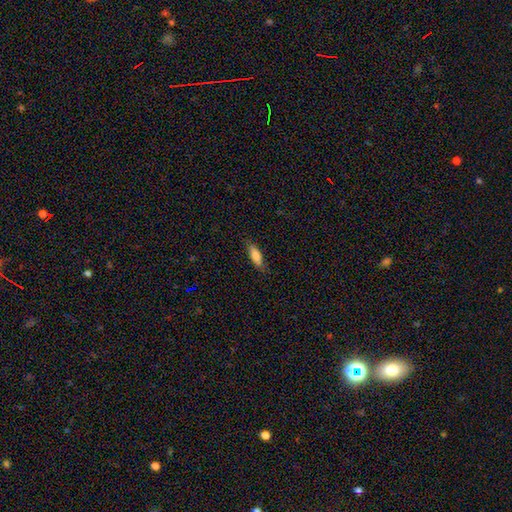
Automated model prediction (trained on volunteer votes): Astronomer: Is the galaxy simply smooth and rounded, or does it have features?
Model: smooth — 81%.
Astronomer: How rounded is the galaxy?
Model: in between — 66%.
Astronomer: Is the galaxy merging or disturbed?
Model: none — 81%.